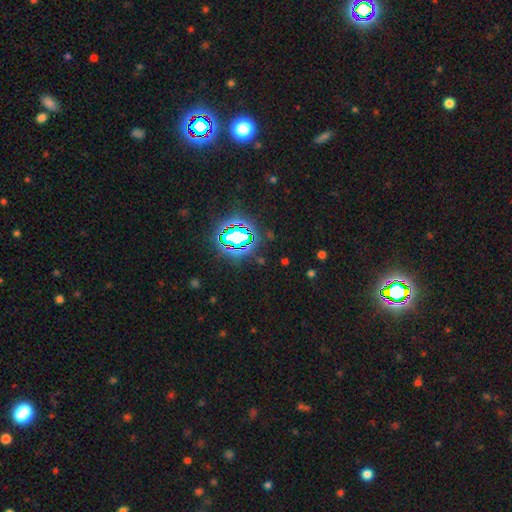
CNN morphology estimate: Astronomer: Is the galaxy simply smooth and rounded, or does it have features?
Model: star or artifact — 80%.